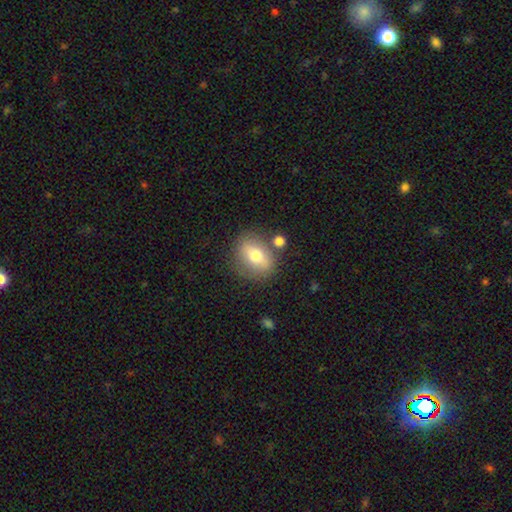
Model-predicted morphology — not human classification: The model was most divided on "how rounded": in between: 51%, round: 47%, cigar-shaped: 2%. More confident: merging — none (75%); smooth or featured — smooth (63%).